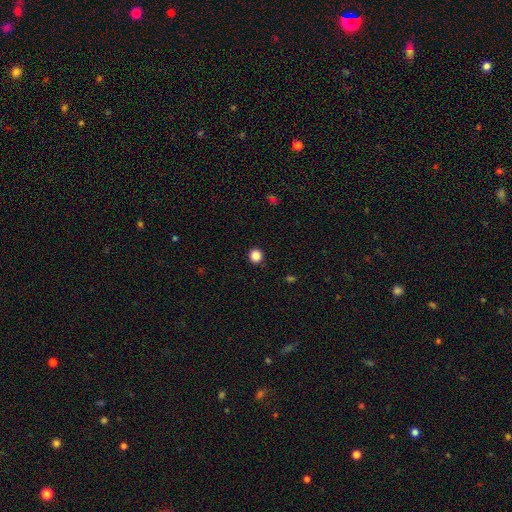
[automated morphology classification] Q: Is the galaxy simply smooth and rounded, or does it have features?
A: smooth — 86%.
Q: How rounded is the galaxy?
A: round — 94%.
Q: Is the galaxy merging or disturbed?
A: none — 93%.